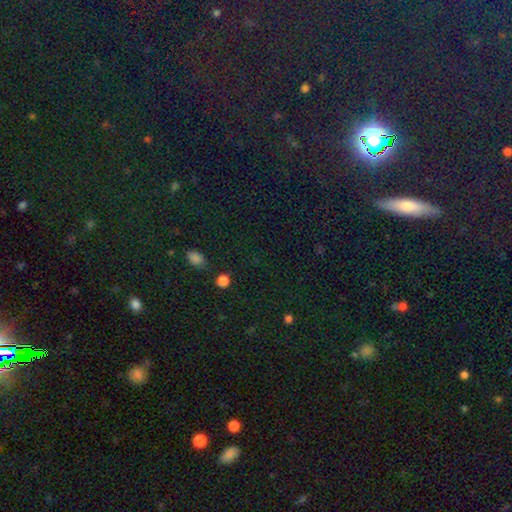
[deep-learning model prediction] The model was most divided on "smooth or featured": star or artifact: 61%, smooth: 25%, featured or disk: 14%.